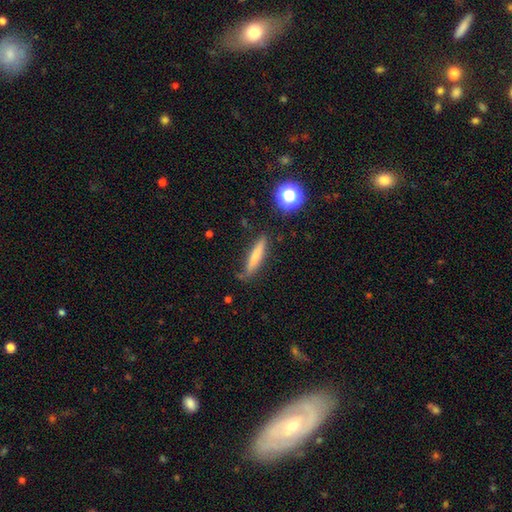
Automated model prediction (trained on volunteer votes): Smooth or featured?
  - smooth: 66% *
  - featured or disk: 26%
  - star or artifact: 9%
How rounded?
  - cigar-shaped: 88% *
  - in between: 10%
  - round: 2%
Merging?
  - none: 78% *
  - minor disturbance: 16%
  - major disturbance: 3%
  - merger: 2%